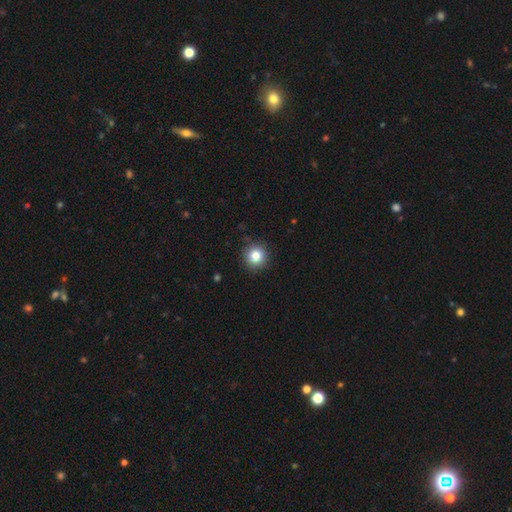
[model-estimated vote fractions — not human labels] smooth 82%, star or artifact 11%, featured or disk 7%. Down the decision tree: how rounded — round (94%); merging — none (90%).